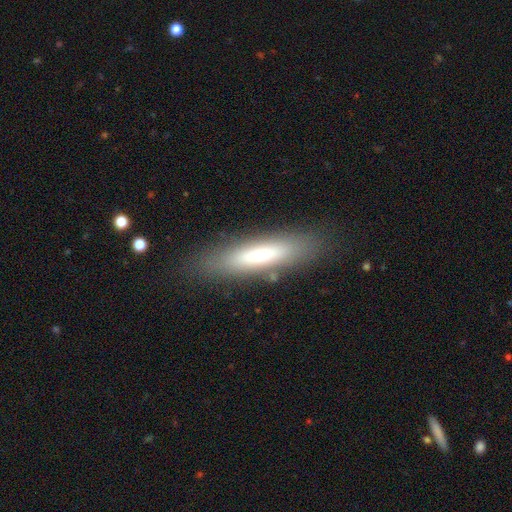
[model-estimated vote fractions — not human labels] smooth 60%, featured or disk 32%, star or artifact 8%. Down the decision tree: how rounded — cigar-shaped (70%); merging — none (83%).